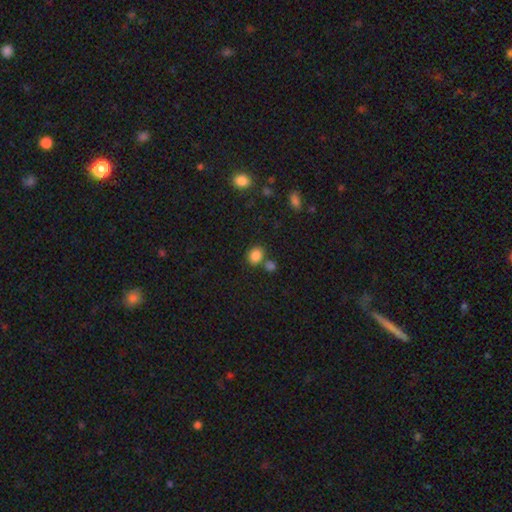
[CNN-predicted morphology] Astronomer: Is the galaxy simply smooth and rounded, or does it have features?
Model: smooth — 84%.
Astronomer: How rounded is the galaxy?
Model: round — 56% (runner-up: in between, 43%).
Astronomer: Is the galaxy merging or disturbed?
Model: none — 66%.